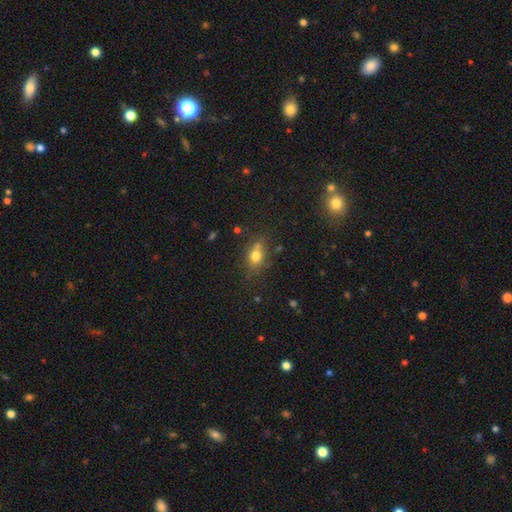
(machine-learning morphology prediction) Smooth or featured? Predicted: smooth (p=0.72). How rounded? Predicted: in between (p=0.50). Merging? Predicted: none (p=0.63).